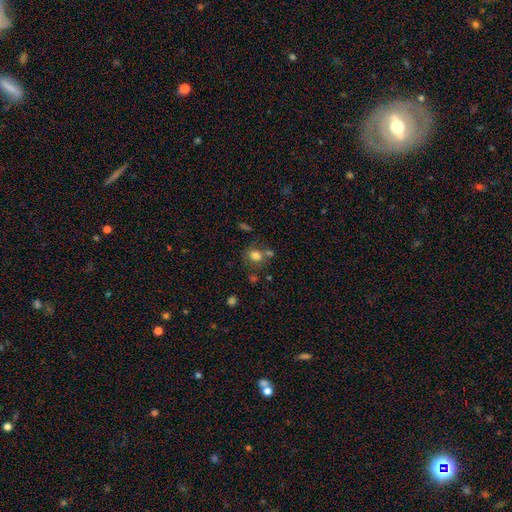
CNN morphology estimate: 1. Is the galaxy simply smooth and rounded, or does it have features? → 77% smooth, 12% star or artifact, 11% featured or disk.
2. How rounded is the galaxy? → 68% round, 31% in between, 1% cigar-shaped.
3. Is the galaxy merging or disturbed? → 60% none, 18% merger, 16% minor disturbance, 6% major disturbance.